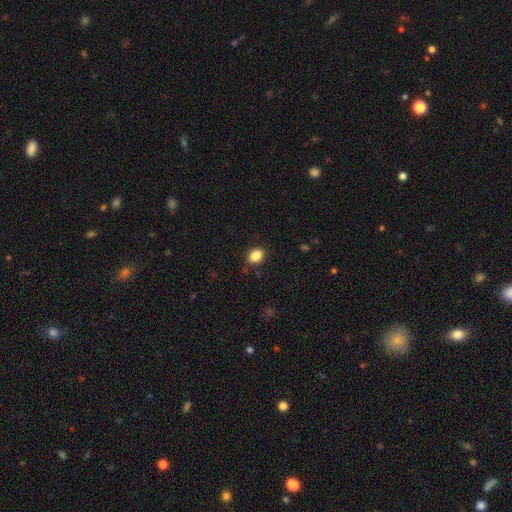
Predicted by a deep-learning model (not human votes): A smooth galaxy with no disk features (87%) that is in between round and cigar-shaped (69%). Merging: none (84%).